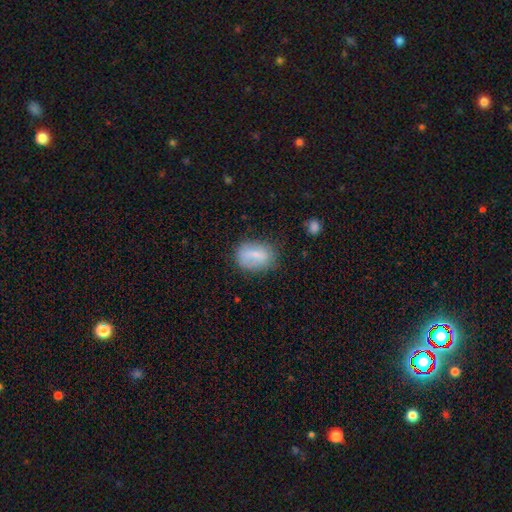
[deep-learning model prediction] This is likely a smooth galaxy (70%). How rounded: likely in between (77%). Merging: likely none (67%).